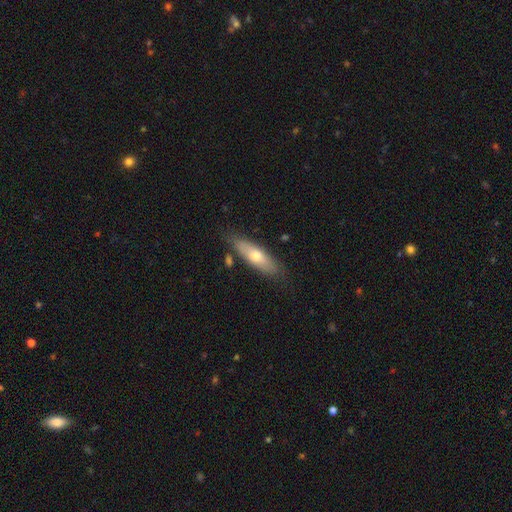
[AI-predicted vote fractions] smooth-or-featured: smooth: 58% | featured or disk: 35% | star or artifact: 7%
  how-rounded: cigar-shaped: 53% | in between: 45% | round: 2%
  merging: none: 79% | minor disturbance: 14% | merger: 4% | major disturbance: 3%